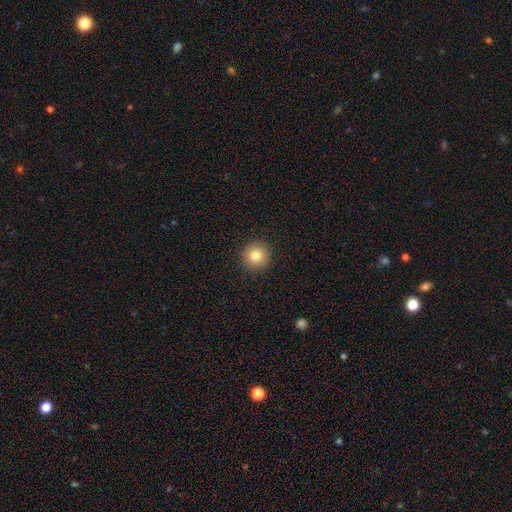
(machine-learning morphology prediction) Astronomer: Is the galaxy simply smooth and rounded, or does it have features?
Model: smooth — 81%.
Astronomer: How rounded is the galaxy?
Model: round — 95%.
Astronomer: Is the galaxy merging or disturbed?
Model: none — 93%.